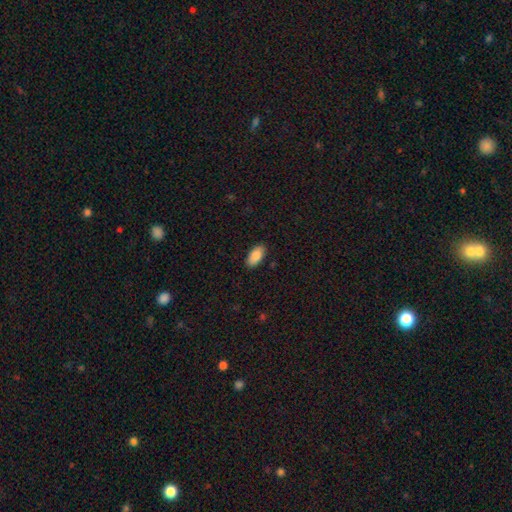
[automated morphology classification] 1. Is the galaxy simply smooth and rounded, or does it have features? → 89% smooth, 6% star or artifact, 5% featured or disk.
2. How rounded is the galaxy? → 93% in between, 5% cigar-shaped, 2% round.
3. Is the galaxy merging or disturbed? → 88% none, 9% minor disturbance, 2% major disturbance, 1% merger.